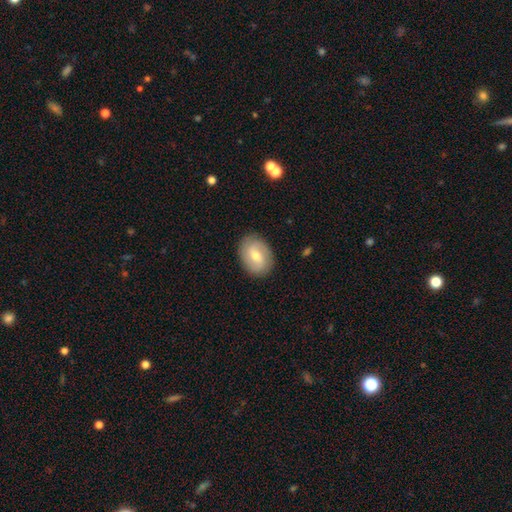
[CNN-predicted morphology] Smooth or featured? smooth (49%)
Merging? none (87%)